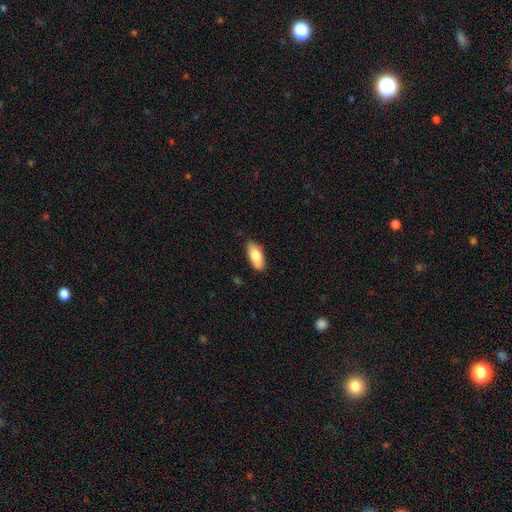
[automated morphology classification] This is likely a smooth galaxy (74%). How rounded: clearly in between (83%). Merging: likely none (72%).